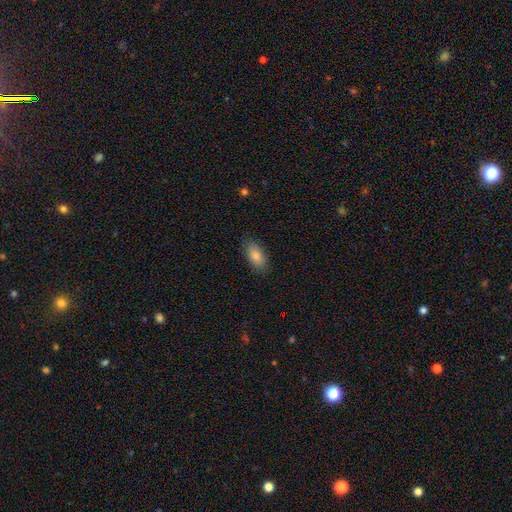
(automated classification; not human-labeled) smooth 83%, featured or disk 9%, star or artifact 8%. Down the decision tree: how rounded — in between (89%); merging — none (87%).